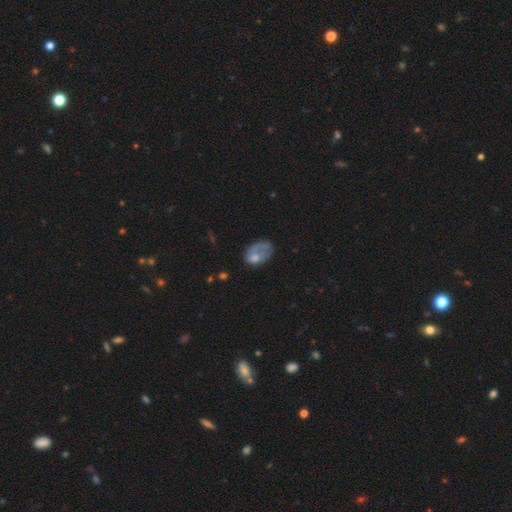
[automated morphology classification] The model was most divided on "merging": major disturbance: 39%, none: 32%, minor disturbance: 25%, merger: 4%. More confident: how rounded — in between (83%); smooth or featured — smooth (53%).